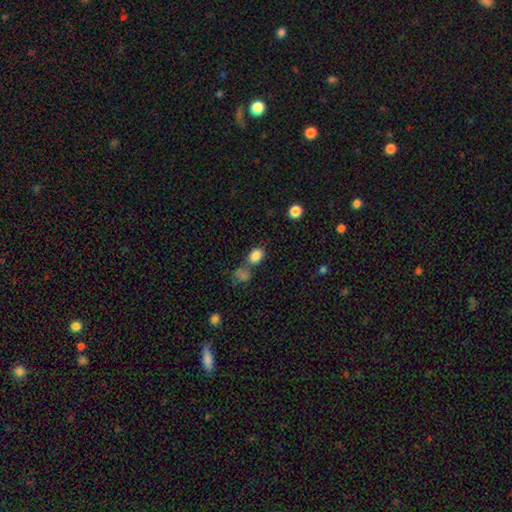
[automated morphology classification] type=smooth (84%); roundness=in between (62%); merging=none (61%).